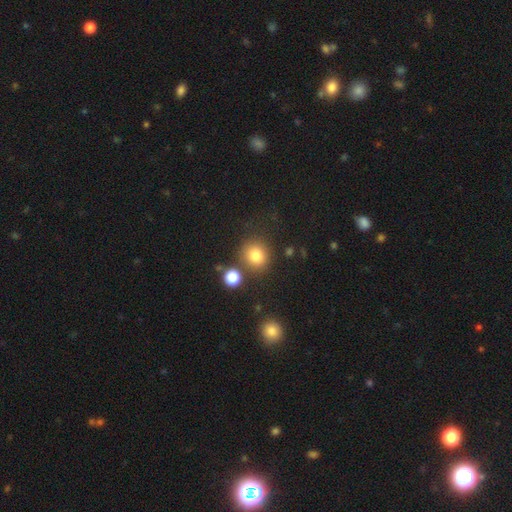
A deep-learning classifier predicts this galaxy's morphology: type=smooth (80%); roundness=round (85%); merging=none (76%).